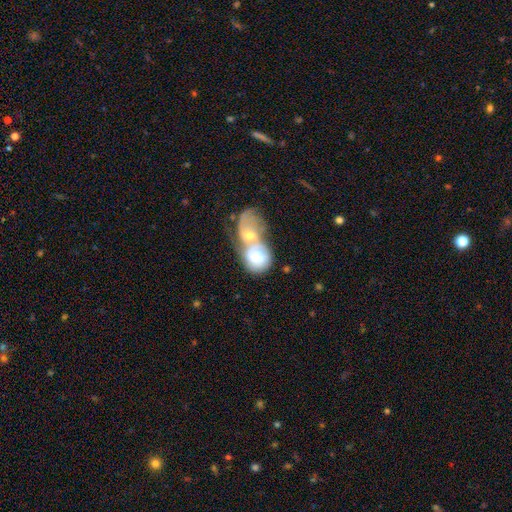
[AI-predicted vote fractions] The model was most divided on "how rounded": round: 50%, in between: 48%, cigar-shaped: 2%. More confident: merging — merger (79%); smooth or featured — smooth (54%).